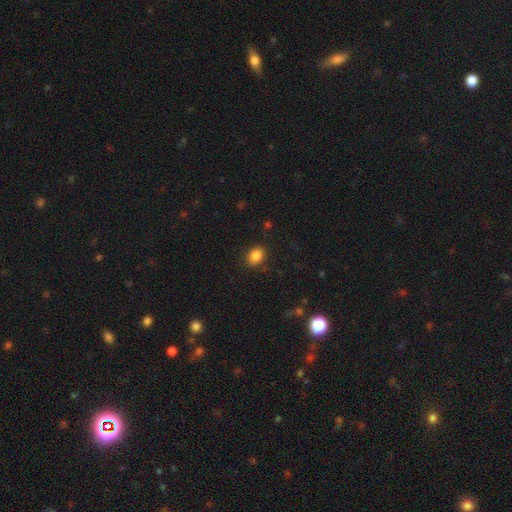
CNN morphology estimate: Overall: smooth (86%). How rounded: in between (64%; round 35%). Merging: none (86%).